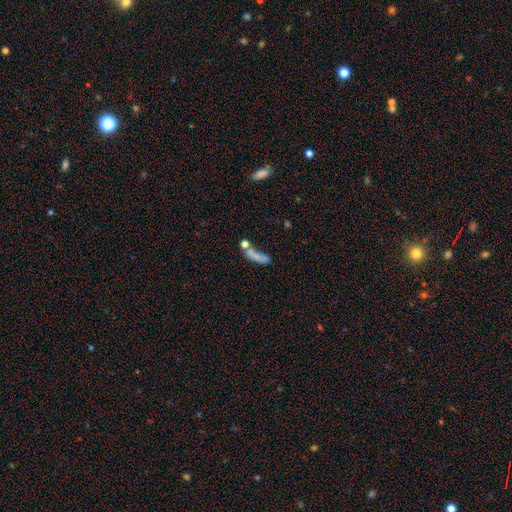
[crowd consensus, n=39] smooth 72%, featured or disk 18%, star or artifact 10%. Down the decision tree: how rounded — in between (50%); merging — merger (37%).